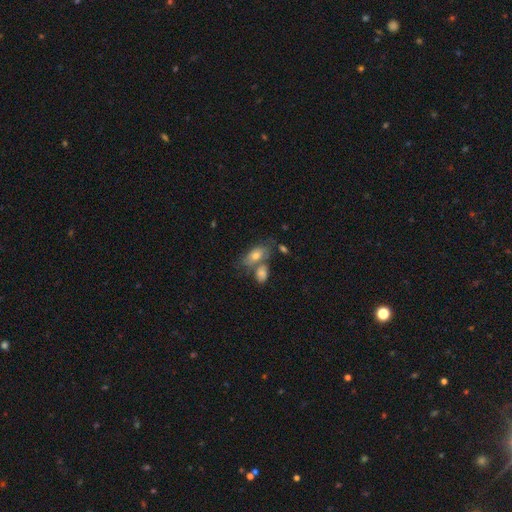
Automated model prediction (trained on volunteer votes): Smooth or featured? Predicted: smooth (p=0.42). Merging? Predicted: none (p=0.43).